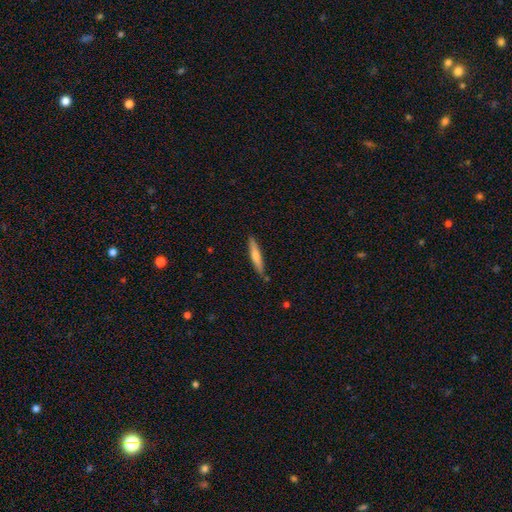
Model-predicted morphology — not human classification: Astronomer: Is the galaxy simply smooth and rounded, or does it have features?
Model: smooth — 64%.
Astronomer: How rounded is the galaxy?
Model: cigar-shaped — 92%.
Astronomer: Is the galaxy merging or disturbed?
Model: none — 86%.